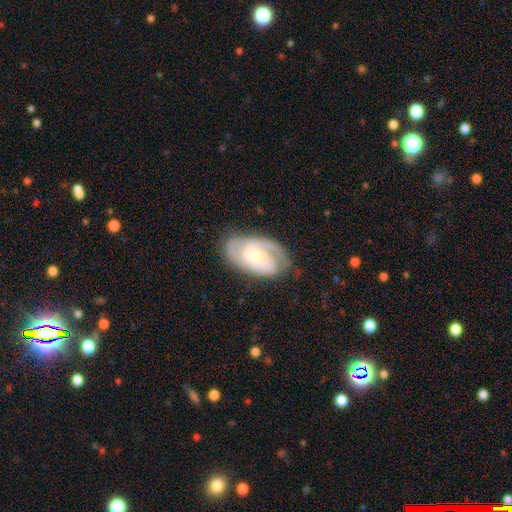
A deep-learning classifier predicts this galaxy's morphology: Smooth or featured? featured or disk (82%)
Edge-on disk? no (96%)
Bar? no (54%)
Spiral arms? yes (95%)
Spiral winding? tight (55%)
Spiral arm count? 2 (57%)
Bulge size? small (64%)
Merging? none (72%)